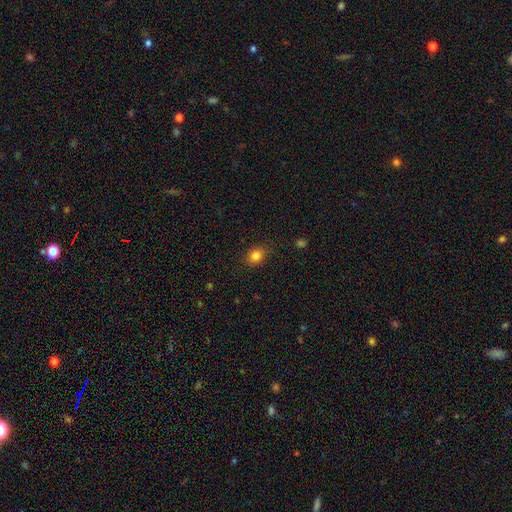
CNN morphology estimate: type=smooth (83%); roundness=round (57%); merging=none (86%).